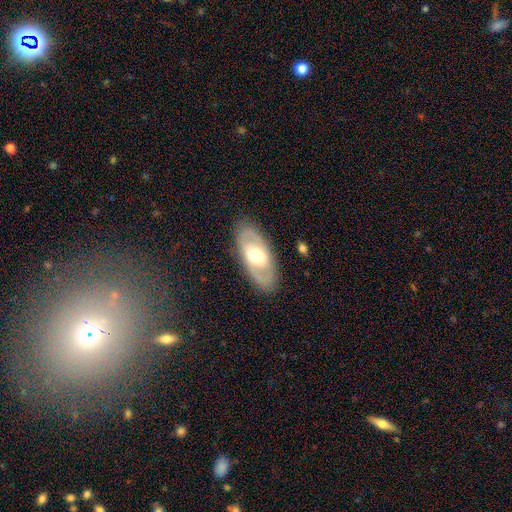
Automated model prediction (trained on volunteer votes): Smooth or featured? featured or disk (61%)
Edge-on disk? no (87%)
Bar? no (49%)
Spiral arms? no (57%)
Bulge size? moderate (64%)
Merging? none (85%)